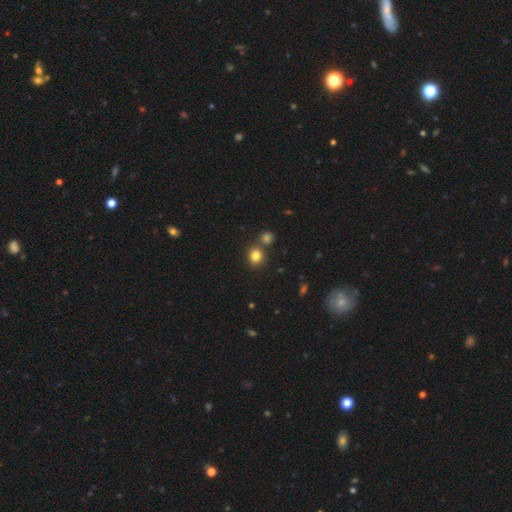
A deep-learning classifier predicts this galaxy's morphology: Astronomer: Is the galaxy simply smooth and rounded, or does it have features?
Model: smooth — 81%.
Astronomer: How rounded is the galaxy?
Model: round — 83%.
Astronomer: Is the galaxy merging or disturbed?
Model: none — 69%.